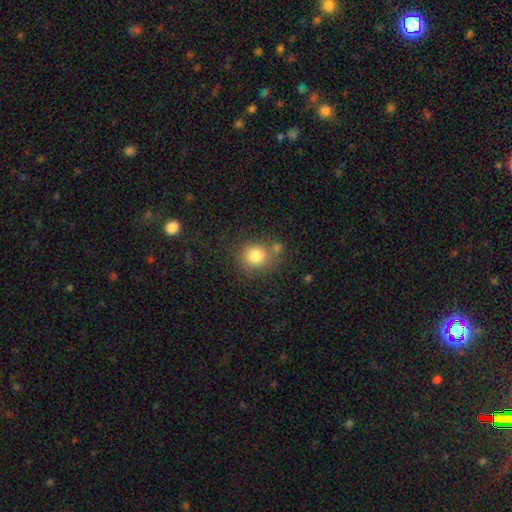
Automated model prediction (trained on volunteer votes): A smooth galaxy with no disk features (82%) that is round (83%). Merging: none (68%).